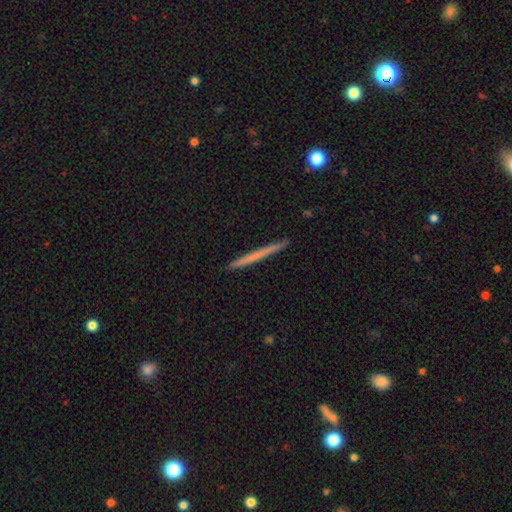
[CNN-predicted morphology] Overall: smooth (55%; featured or disk 39%). How rounded: cigar-shaped (97%). Merging: none (92%).